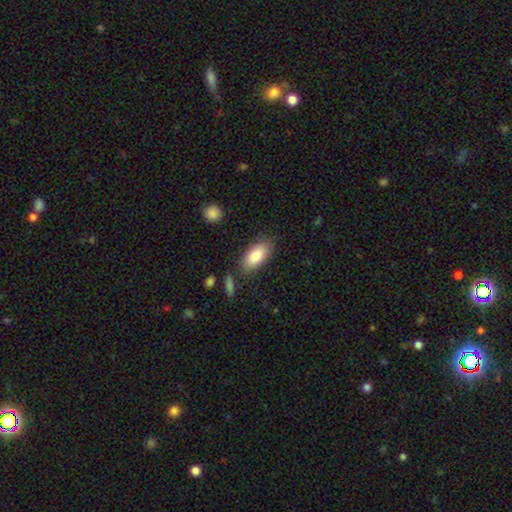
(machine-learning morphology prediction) type=smooth (85%); roundness=in between (90%); merging=none (80%).